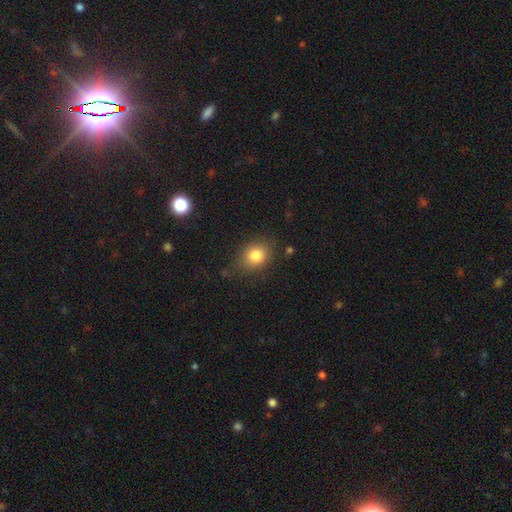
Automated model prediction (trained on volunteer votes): The model was most divided on "how rounded": round: 55%, in between: 44%, cigar-shaped: 1%. More confident: smooth or featured — smooth (81%); merging — none (79%).